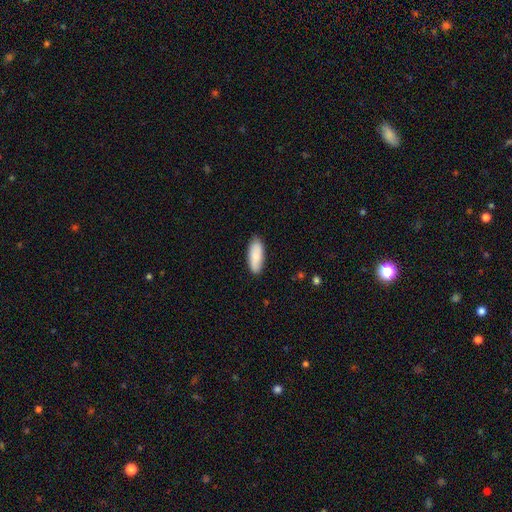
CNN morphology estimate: The model was most divided on "how rounded": in between: 75%, cigar-shaped: 23%, round: 2%. More confident: merging — none (85%); smooth or featured — smooth (84%).